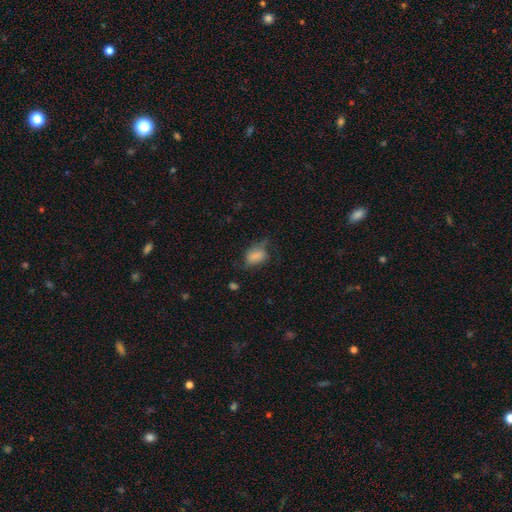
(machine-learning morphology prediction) Smooth or featured? Predicted: smooth (p=0.75). How rounded? Predicted: in between (p=0.80). Merging? Predicted: none (p=0.39).